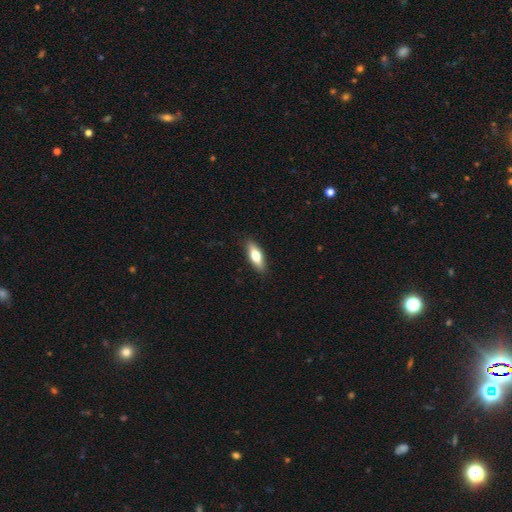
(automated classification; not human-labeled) Smooth or featured? smooth (67%)
How rounded? in between (60%)
Merging? none (88%)